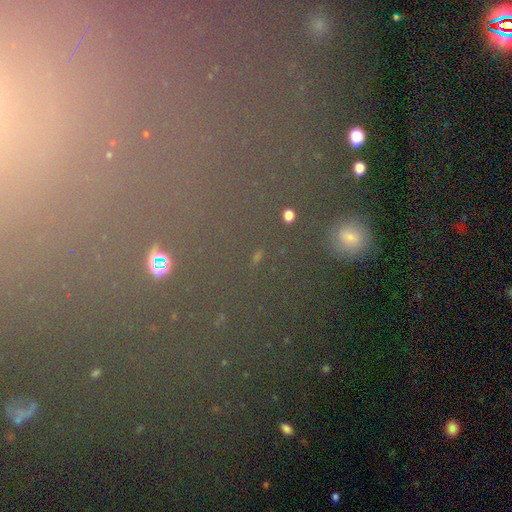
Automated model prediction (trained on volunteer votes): Smooth or featured: star or artifact — 48% (smooth — 42%)